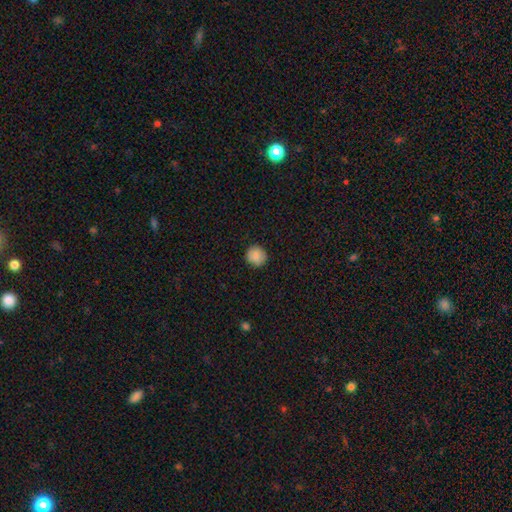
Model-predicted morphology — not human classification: This is clearly a smooth galaxy (87%). How rounded: clearly round (91%). Merging: clearly none (89%).